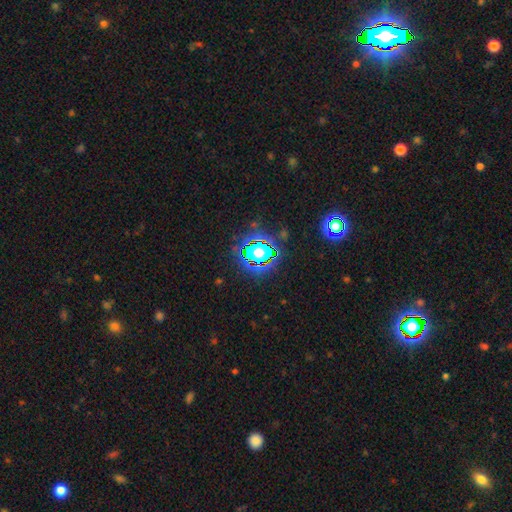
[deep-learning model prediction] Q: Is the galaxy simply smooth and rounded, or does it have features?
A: star or artifact — 76%.